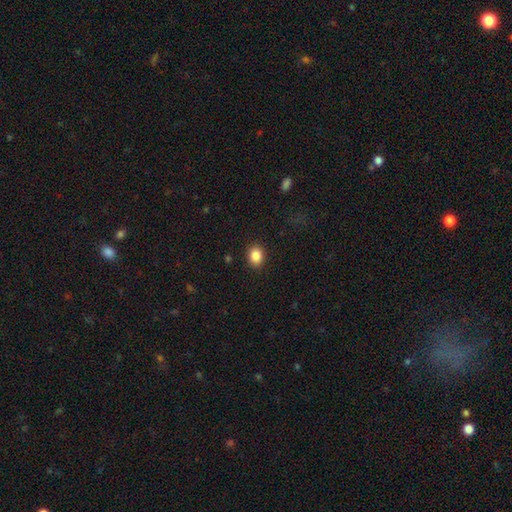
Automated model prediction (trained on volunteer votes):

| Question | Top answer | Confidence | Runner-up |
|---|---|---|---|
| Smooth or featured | smooth | 87% | star or artifact (9%) |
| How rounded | round | 50% | in between (49%) |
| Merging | none | 89% | minor disturbance (7%) |